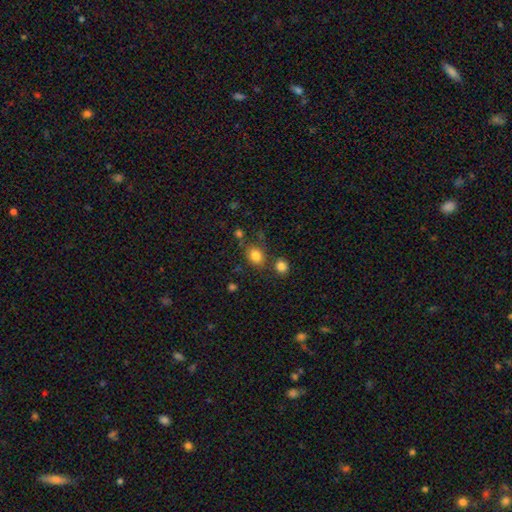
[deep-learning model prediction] Smooth or featured: smooth — 82% (star or artifact — 12%)
How rounded: round — 57% (in between — 42%)
Merging: none — 70% (minor disturbance — 13%)